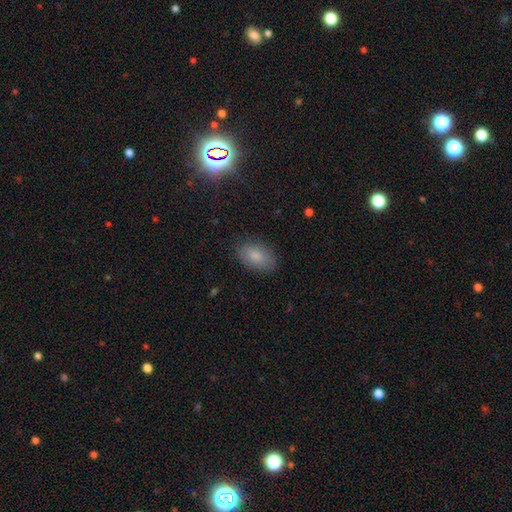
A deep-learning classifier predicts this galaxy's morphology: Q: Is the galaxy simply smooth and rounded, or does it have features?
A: smooth — 81%.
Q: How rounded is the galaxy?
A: in between — 91%.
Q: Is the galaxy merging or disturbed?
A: none — 84%.